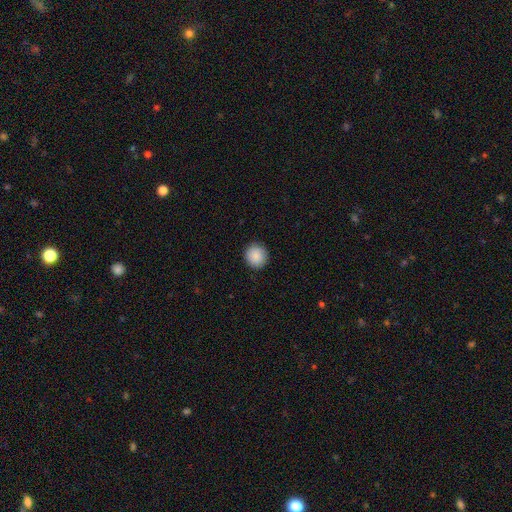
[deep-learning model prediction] Smooth or featured? smooth (90%)
How rounded? round (93%)
Merging? none (92%)